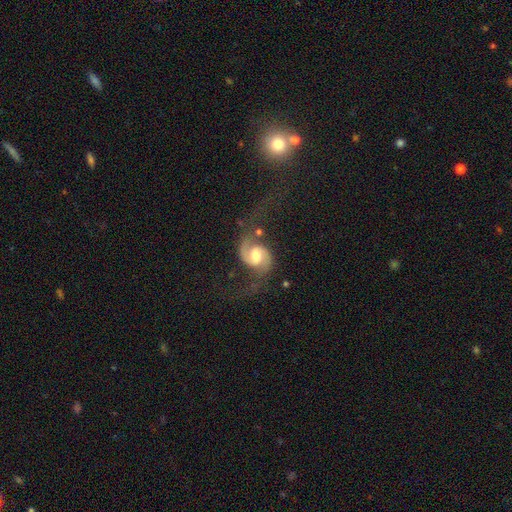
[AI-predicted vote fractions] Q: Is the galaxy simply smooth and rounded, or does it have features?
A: featured or disk — 86%.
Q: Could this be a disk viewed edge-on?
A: no — 98%.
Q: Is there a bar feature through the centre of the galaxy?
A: weak — 50%.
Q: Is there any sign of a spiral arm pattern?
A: yes — 97%.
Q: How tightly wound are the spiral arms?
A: medium — 46%.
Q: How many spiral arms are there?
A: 2 — 93%.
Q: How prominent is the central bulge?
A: moderate — 66%.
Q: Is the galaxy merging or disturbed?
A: none — 56%.